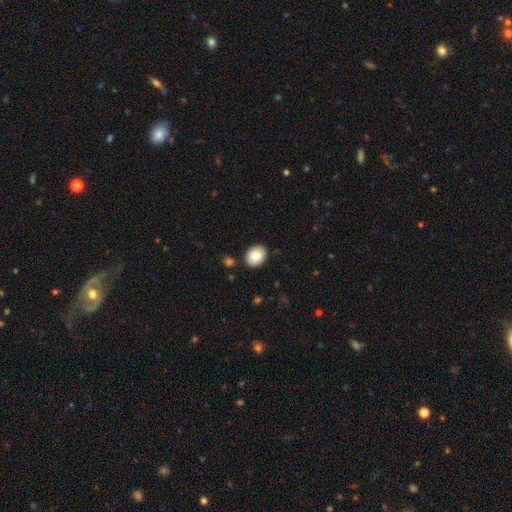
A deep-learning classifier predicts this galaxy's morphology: smooth-or-featured: smooth: 79% | featured or disk: 14% | star or artifact: 8%
  how-rounded: round: 50% (tied) | in between: 50% (tied) | cigar-shaped: 1%
  merging: none: 89% | minor disturbance: 7% | merger: 2% | major disturbance: 2%